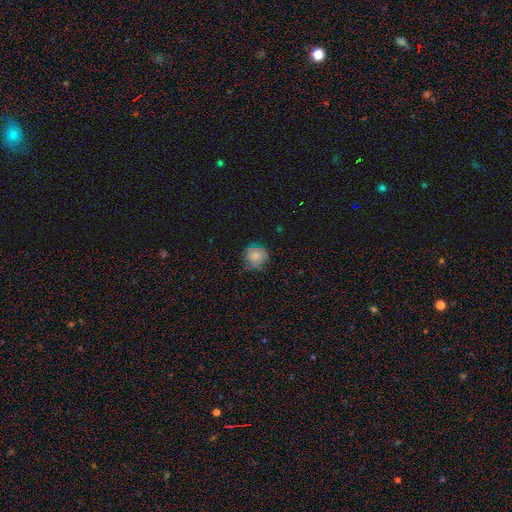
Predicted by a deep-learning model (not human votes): This appears to be a smooth galaxy with no disk features (72%) that is round (85%). Merging: none (63%).